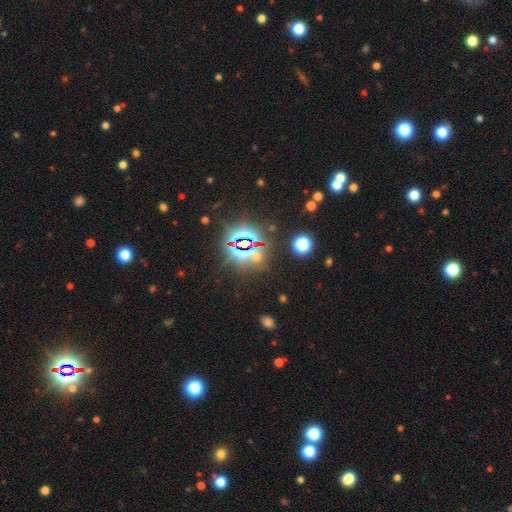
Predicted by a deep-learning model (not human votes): Q: Smooth or featured?
A: star or artifact (76%); runner-up: smooth (16%)